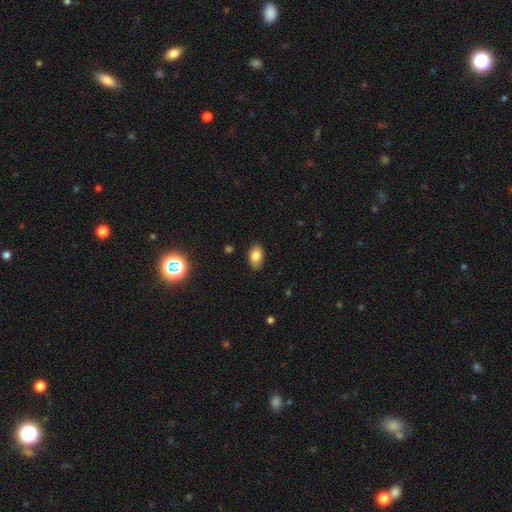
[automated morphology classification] smooth_or_featured: smooth (p=0.83) [alt: star or artifact p=0.09]
how_rounded: in between (p=0.90) [alt: round p=0.09]
merging: none (p=0.87) [alt: minor disturbance p=0.10]